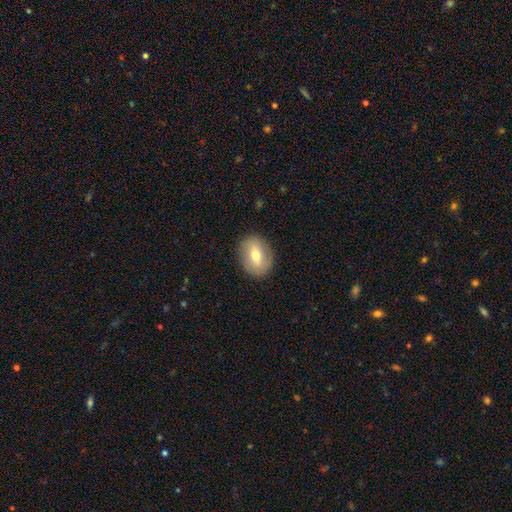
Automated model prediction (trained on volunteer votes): This is possibly a smooth galaxy (59%). How rounded: likely in between (61%). Merging: clearly none (86%).